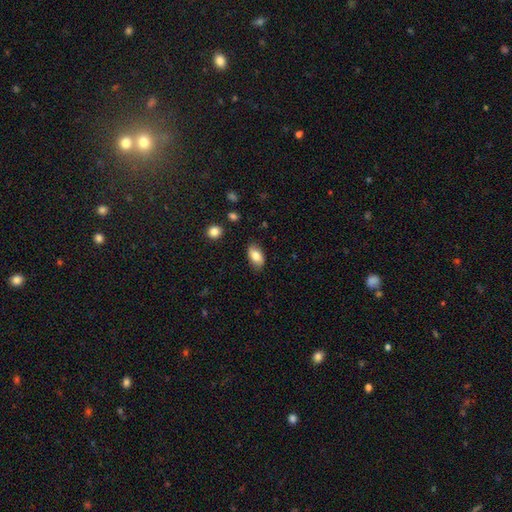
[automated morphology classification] This appears to be a smooth galaxy with no disk features (79%) that is in between round and cigar-shaped (92%). Merging: none (82%).